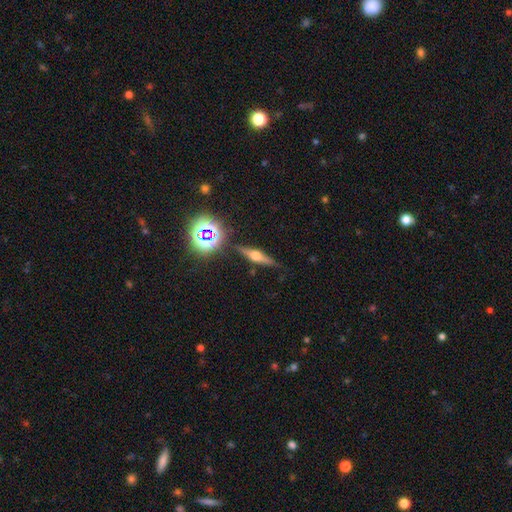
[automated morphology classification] The model was most divided on "smooth or featured": featured or disk: 65%, smooth: 21%, star or artifact: 14%. More confident: edge-on disk — yes (95%); edge-on bulge — rounded (93%); merging — none (85%).